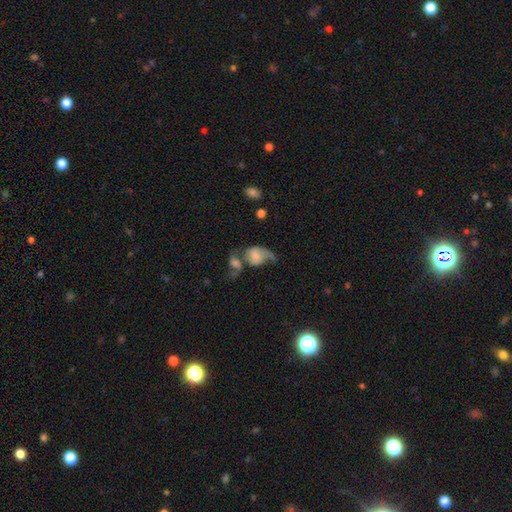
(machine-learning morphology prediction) smooth_or_featured: featured or disk (p=0.47) [alt: smooth p=0.43]
merging: merger (p=0.50) [alt: major disturbance p=0.21]